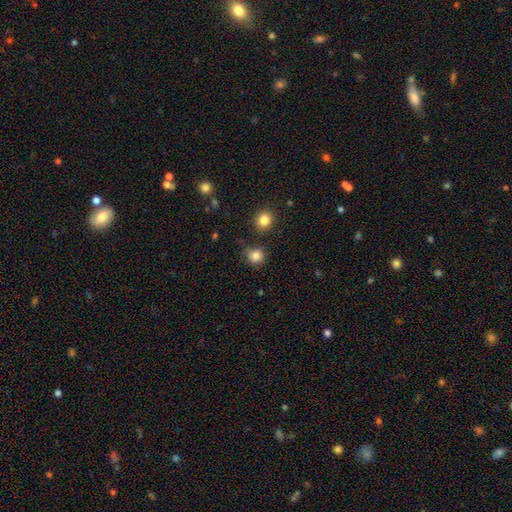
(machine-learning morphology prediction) Overall: smooth (82%). How rounded: round (88%). Merging: none (79%).